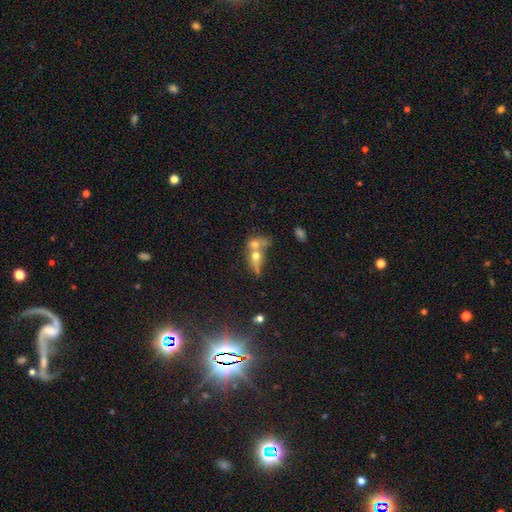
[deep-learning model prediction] Smooth or featured: smooth — 58% (featured or disk — 28%)
How rounded: in between — 51% (round — 41%)
Merging: merger — 70% (none — 17%)